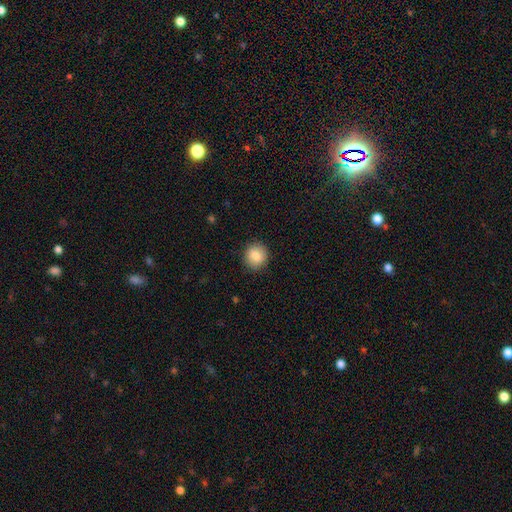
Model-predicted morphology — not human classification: This is clearly a smooth galaxy (84%). How rounded: clearly round (87%). Merging: clearly none (89%).